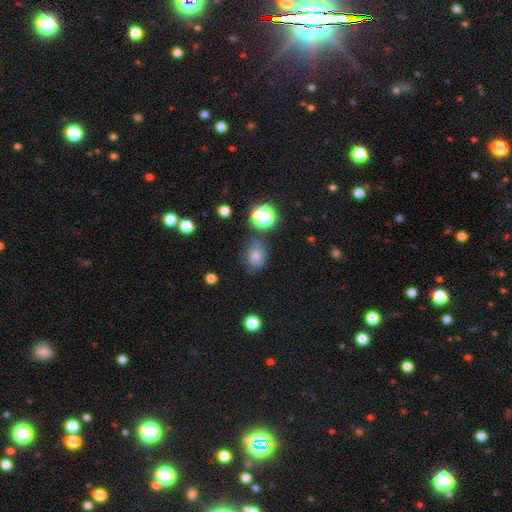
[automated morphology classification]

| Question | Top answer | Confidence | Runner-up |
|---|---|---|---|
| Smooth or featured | smooth | 58% | star or artifact (28%) |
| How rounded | round | 61% | in between (37%) |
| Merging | none | 75% | minor disturbance (16%) |